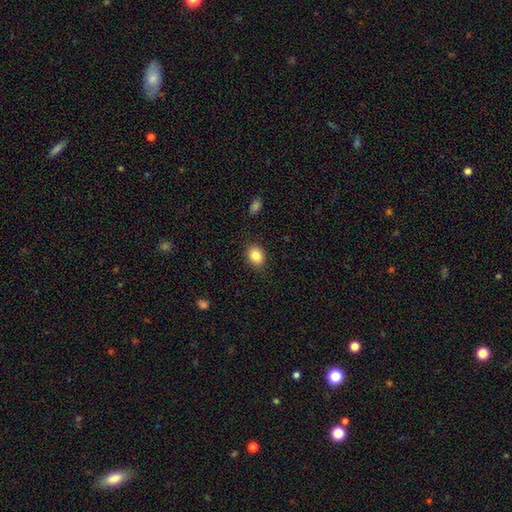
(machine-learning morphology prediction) Q: Smooth or featured?
A: smooth (86%); runner-up: star or artifact (9%)
Q: How rounded?
A: in between (57%); runner-up: round (42%)
Q: Merging?
A: none (88%); runner-up: minor disturbance (9%)